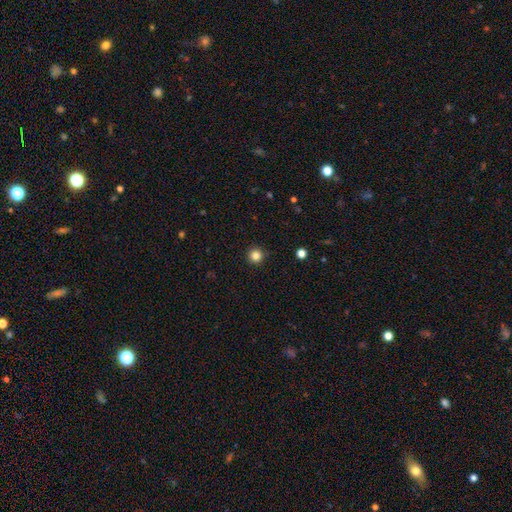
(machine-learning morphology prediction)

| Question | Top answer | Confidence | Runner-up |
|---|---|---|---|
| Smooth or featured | smooth | 84% | star or artifact (12%) |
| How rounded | round | 96% | in between (3%) |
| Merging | none | 93% | minor disturbance (5%) |